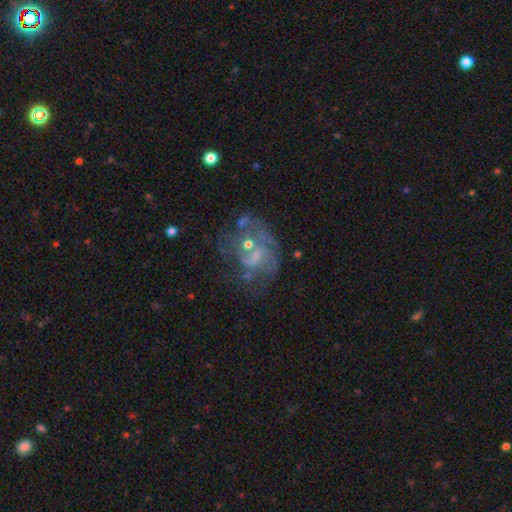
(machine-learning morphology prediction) Smooth or featured? Predicted: featured or disk (p=0.70). Edge-on disk? Predicted: no (p=0.98). Bar? Predicted: no (p=0.53). Spiral arms? Predicted: yes (p=0.61). Bulge size? Predicted: small (p=0.43). Merging? Predicted: none (p=0.37).